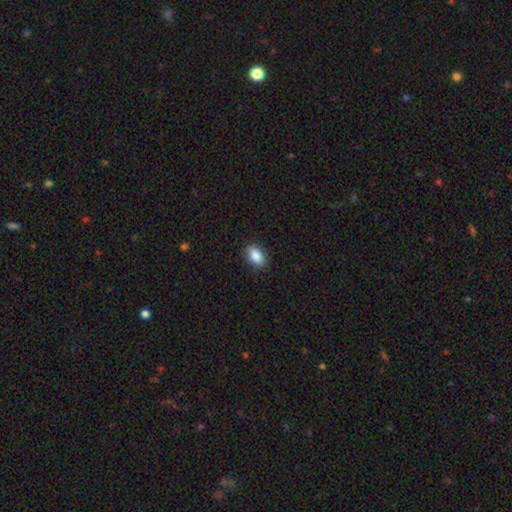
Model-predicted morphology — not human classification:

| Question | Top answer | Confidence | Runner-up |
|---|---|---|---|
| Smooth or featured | smooth | 88% | star or artifact (7%) |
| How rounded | in between | 90% | round (8%) |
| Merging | none | 90% | minor disturbance (8%) |